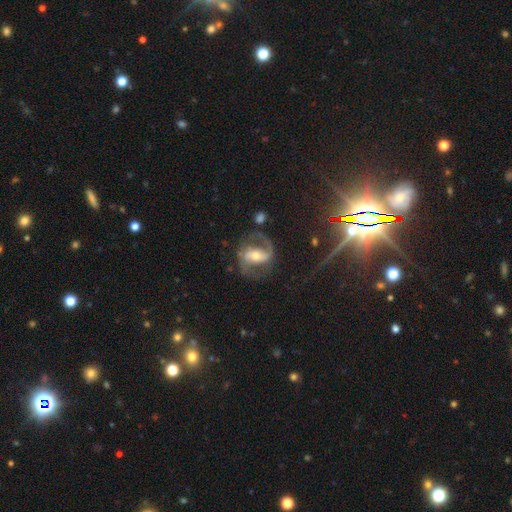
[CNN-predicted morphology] Smooth or featured? Predicted: featured or disk (p=0.85). Edge-on disk? Predicted: no (p=0.97). Bar? Predicted: strong (p=0.45). Spiral arms? Predicted: yes (p=0.93). Spiral winding? Predicted: medium (p=0.54). Spiral arm count? Predicted: 2 (p=0.89). Bulge size? Predicted: moderate (p=0.60). Merging? Predicted: none (p=0.69).